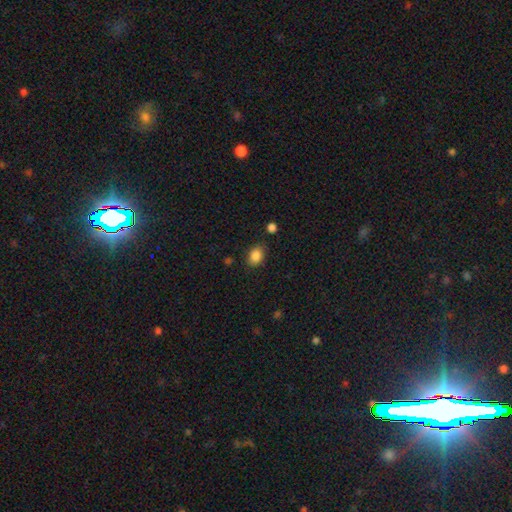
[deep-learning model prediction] smooth 86%, star or artifact 9%, featured or disk 4%. Down the decision tree: how rounded — in between (70%); merging — none (80%).